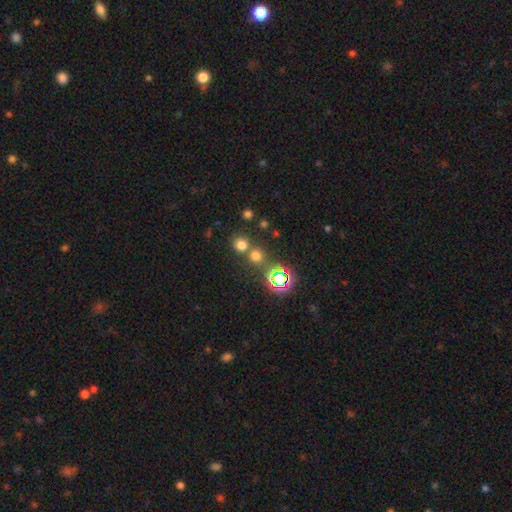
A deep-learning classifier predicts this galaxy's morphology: type=smooth (62%); roundness=round (90%); merging=none (68%).